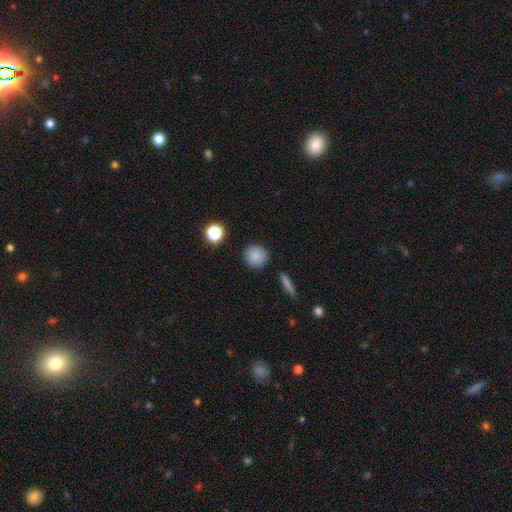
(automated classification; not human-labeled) Q: Smooth or featured?
A: smooth (86%); runner-up: star or artifact (9%)
Q: How rounded?
A: round (92%); runner-up: in between (7%)
Q: Merging?
A: none (89%); runner-up: minor disturbance (7%)